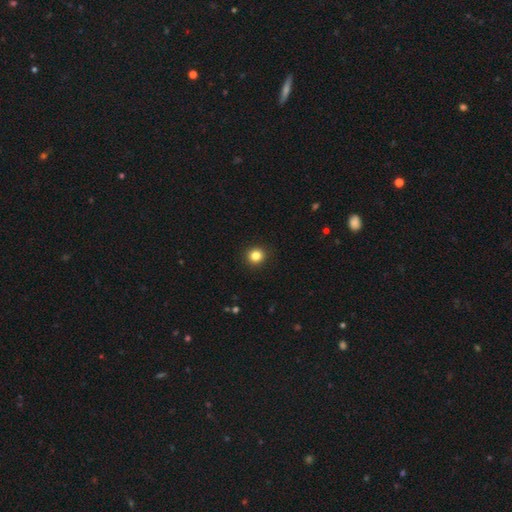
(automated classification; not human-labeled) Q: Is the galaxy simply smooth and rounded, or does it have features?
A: smooth — 83%.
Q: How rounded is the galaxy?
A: round — 92%.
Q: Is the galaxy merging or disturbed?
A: none — 93%.